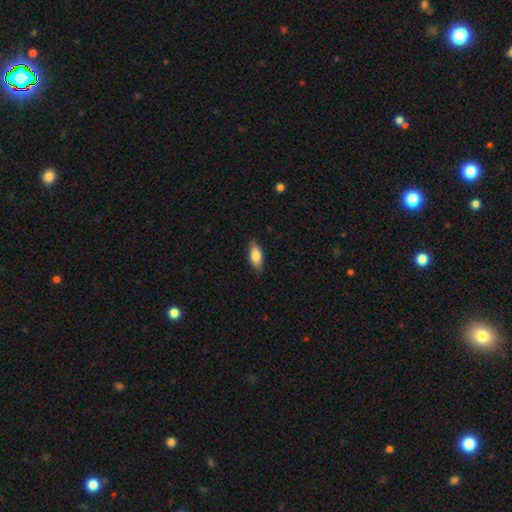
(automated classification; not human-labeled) Overall: smooth (79%). How rounded: in between (82%). Merging: none (86%).